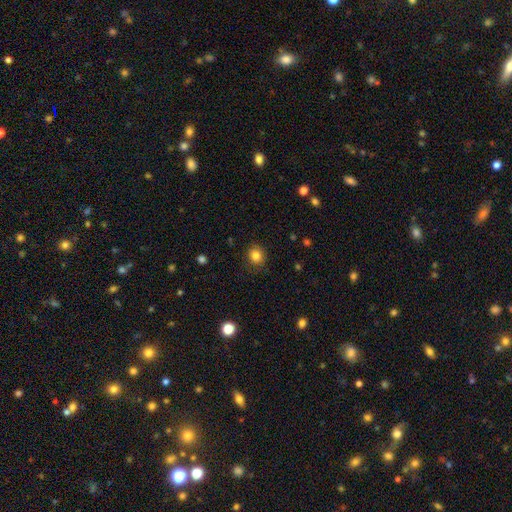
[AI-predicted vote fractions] Smooth or featured?
  - smooth: 83% *
  - star or artifact: 11%
  - featured or disk: 6%
How rounded?
  - round: 82% *
  - in between: 17%
  - cigar-shaped: 1%
Merging?
  - none: 87% *
  - minor disturbance: 9%
  - major disturbance: 3%
  - merger: 1%